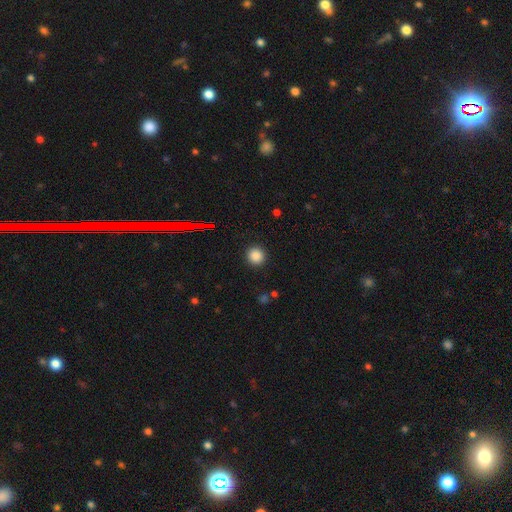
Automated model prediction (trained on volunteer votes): A smooth galaxy with no disk features (84%) that is round (92%). Merging: none (91%).